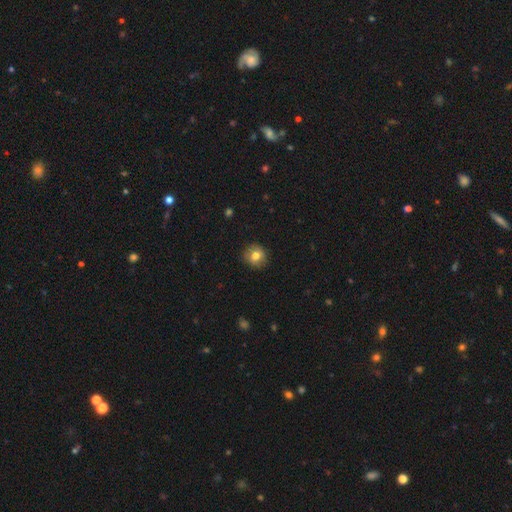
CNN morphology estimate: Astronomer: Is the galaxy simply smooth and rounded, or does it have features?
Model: smooth — 77%.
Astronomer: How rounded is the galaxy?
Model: round — 89%.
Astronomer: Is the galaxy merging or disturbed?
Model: none — 86%.